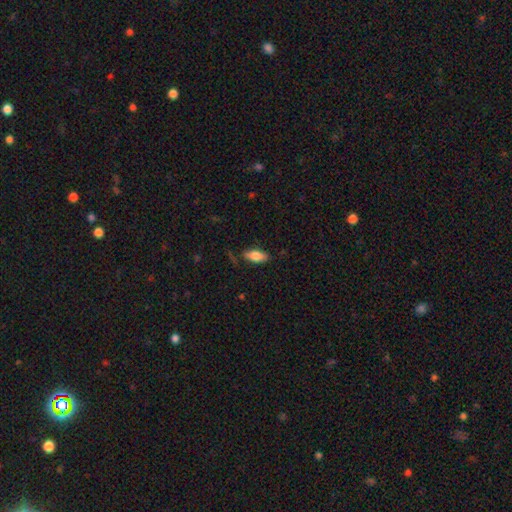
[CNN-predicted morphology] Q: Smooth or featured?
A: smooth (78%); runner-up: featured or disk (15%)
Q: How rounded?
A: in between (85%); runner-up: cigar-shaped (13%)
Q: Merging?
A: none (76%); runner-up: minor disturbance (18%)